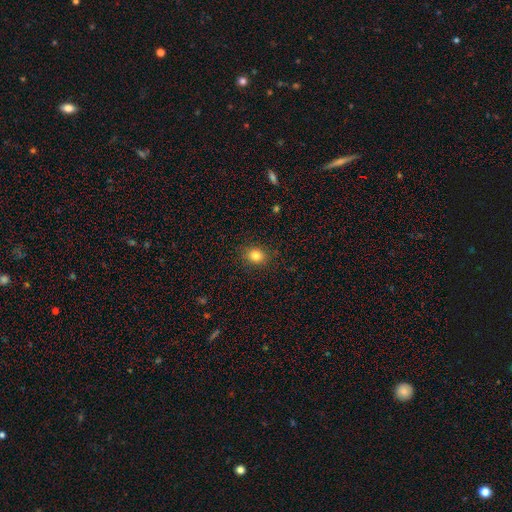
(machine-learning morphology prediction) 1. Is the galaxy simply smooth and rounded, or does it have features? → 83% smooth, 11% star or artifact, 5% featured or disk.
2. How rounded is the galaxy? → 60% round, 39% in between, 1% cigar-shaped.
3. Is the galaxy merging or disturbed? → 88% none, 9% minor disturbance, 3% major disturbance, 1% merger.